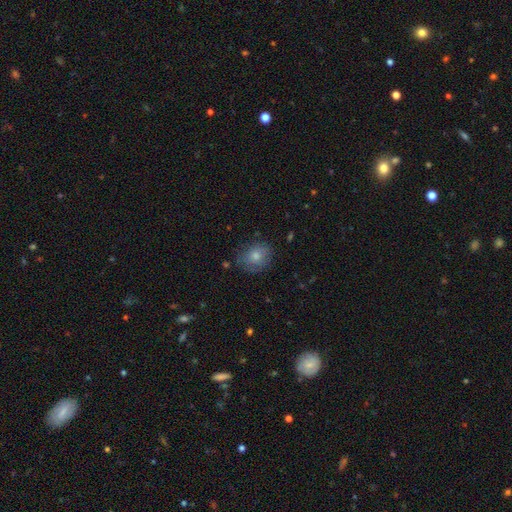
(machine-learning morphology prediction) smooth_or_featured: smooth (p=0.61) [alt: featured or disk p=0.24]
how_rounded: round (p=0.58) [alt: in between p=0.41]
merging: none (p=0.75) [alt: minor disturbance p=0.18]